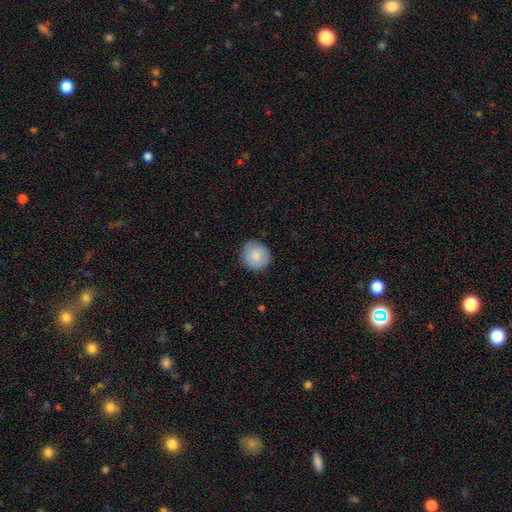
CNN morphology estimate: smooth_or_featured: smooth (p=0.85) [alt: featured or disk p=0.08]
how_rounded: round (p=0.91) [alt: in between p=0.08]
merging: none (p=0.86) [alt: minor disturbance p=0.11]